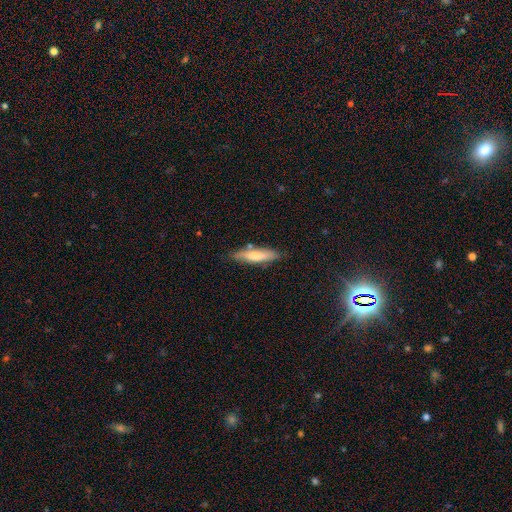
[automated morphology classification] smooth 67%, featured or disk 27%, star or artifact 6%. Down the decision tree: how rounded — cigar-shaped (71%); merging — none (78%).